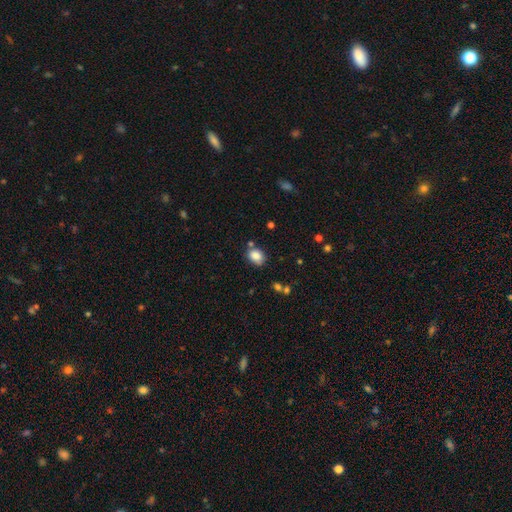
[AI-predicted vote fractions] smooth_or_featured: smooth (p=0.86) [alt: star or artifact p=0.09]
how_rounded: in between (p=0.66) [alt: round p=0.32]
merging: none (p=0.71) [alt: minor disturbance p=0.17]